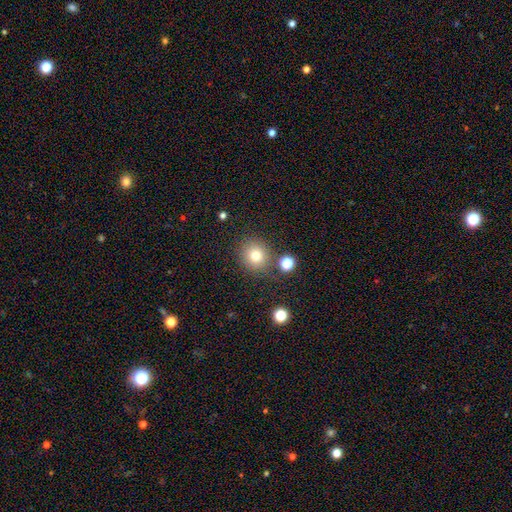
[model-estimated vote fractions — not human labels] Smooth or featured: smooth — 77% (star or artifact — 14%)
How rounded: round — 88% (in between — 11%)
Merging: none — 81% (minor disturbance — 9%)